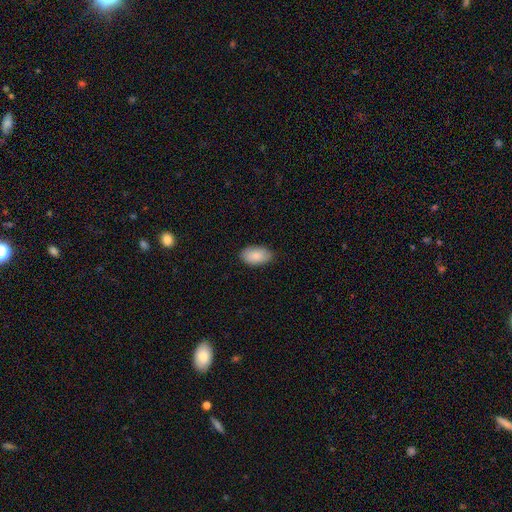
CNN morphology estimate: The model was most divided on "merging": none: 85%, minor disturbance: 12%, major disturbance: 2%, merger: 1%. More confident: how rounded — in between (94%); smooth or featured — smooth (86%).